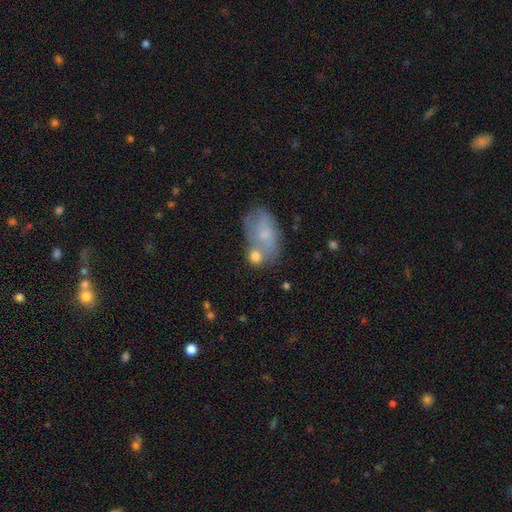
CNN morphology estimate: This is marginally a featured or disk galaxy (45%). Merging: possibly none (54%).